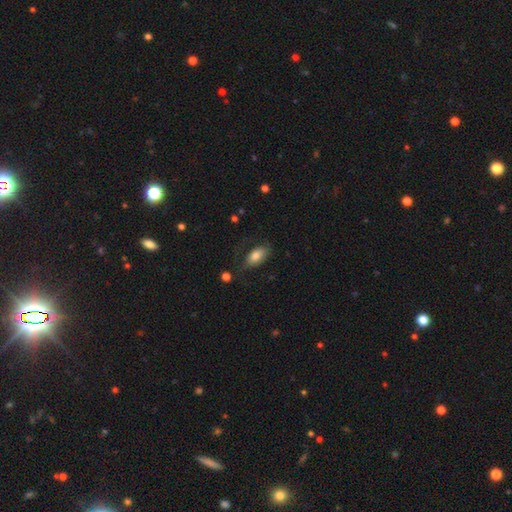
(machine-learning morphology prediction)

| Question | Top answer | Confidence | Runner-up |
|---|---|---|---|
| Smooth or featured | smooth | 75% | featured or disk (18%) |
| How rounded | in between | 91% | round (5%) |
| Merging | none | 56% | minor disturbance (24%) |